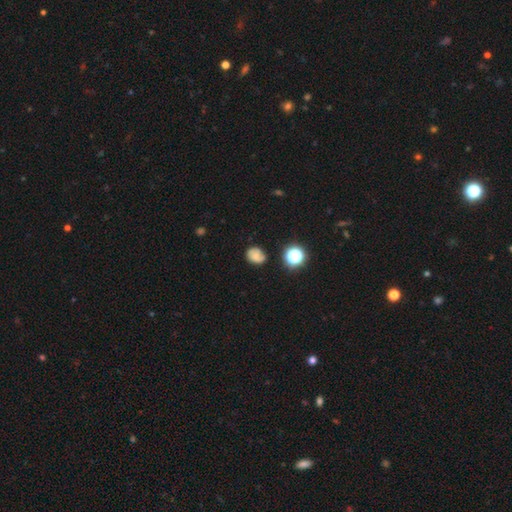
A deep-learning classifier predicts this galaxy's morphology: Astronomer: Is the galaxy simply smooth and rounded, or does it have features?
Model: smooth — 57%.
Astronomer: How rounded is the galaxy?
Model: round — 61% (runner-up: in between, 38%).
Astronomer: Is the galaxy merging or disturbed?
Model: none — 63%.